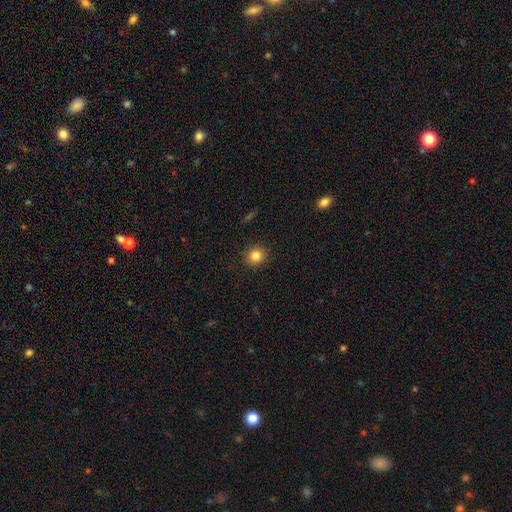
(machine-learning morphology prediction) This is clearly a smooth galaxy (83%). How rounded: clearly round (87%). Merging: clearly none (91%).